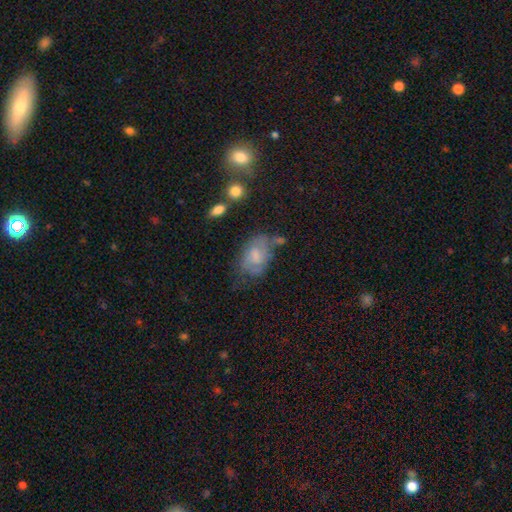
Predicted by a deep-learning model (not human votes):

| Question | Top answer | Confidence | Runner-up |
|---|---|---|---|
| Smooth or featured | featured or disk | 46% | smooth (45%) |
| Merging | none | 45% | minor disturbance (29%) |